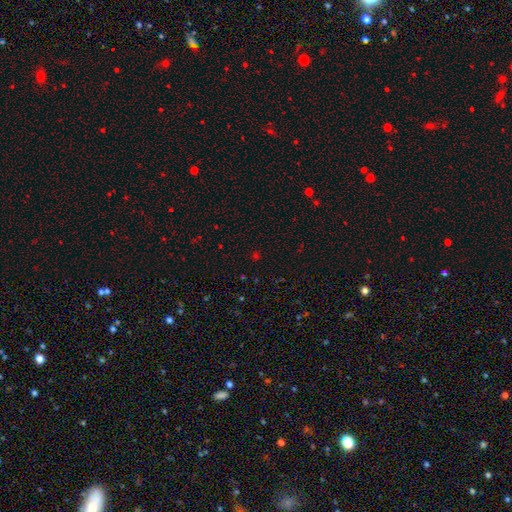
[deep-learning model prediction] Smooth or featured?
  - star or artifact: 57% *
  - smooth: 37%
  - featured or disk: 6%